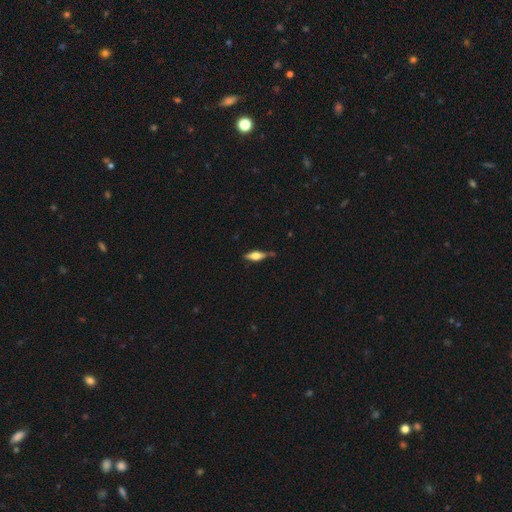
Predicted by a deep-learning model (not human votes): Smooth or featured: featured or disk — 55% (smooth — 38%)
Edge-on disk: yes — 94% (no — 6%)
Edge-on bulge: rounded — 86% (boxy — 12%)
Merging: none — 72% (minor disturbance — 19%)